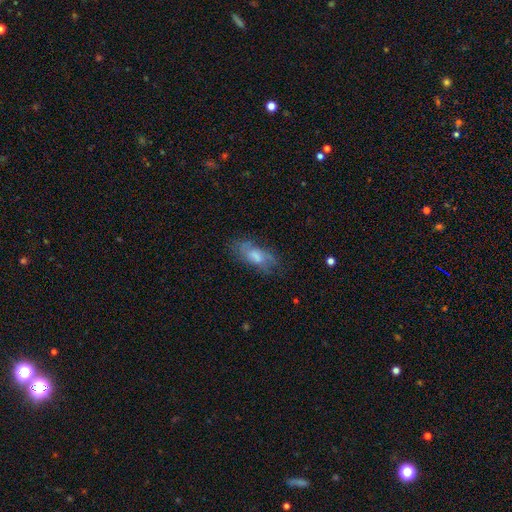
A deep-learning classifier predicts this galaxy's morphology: smooth_or_featured: smooth (p=0.52) [alt: featured or disk p=0.39]
how_rounded: in between (p=0.80) [alt: cigar-shaped p=0.16]
merging: none (p=0.62) [alt: minor disturbance p=0.24]